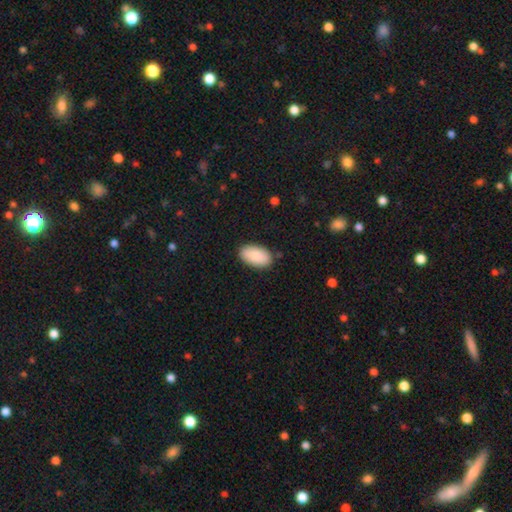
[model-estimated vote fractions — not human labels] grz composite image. It shows a smooth galaxy with no disk features (89%) that is in between round and cigar-shaped (95%). Merging: none (86%).